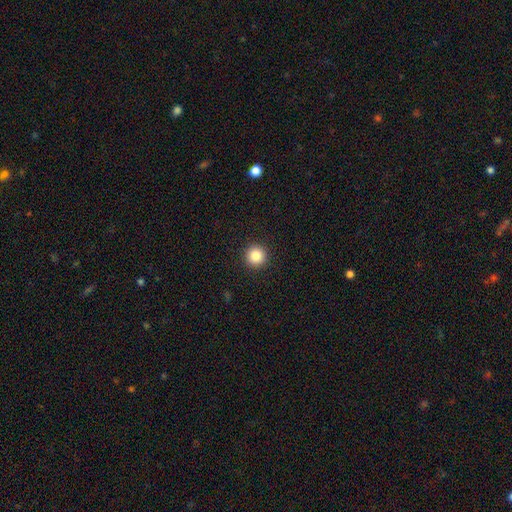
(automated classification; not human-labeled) Smooth or featured: smooth — 86% (star or artifact — 10%)
How rounded: round — 96% (in between — 3%)
Merging: none — 93% (minor disturbance — 4%)